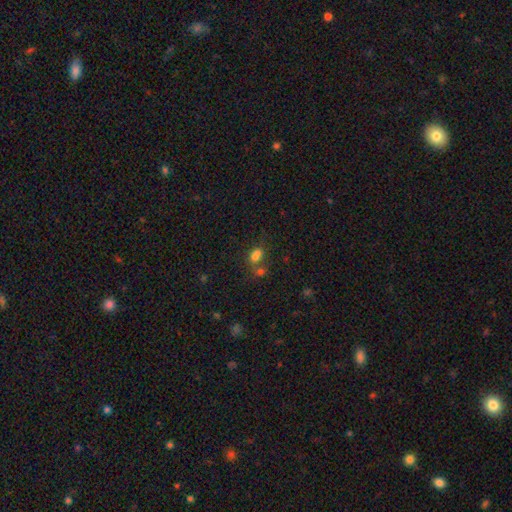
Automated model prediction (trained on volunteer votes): The model was most divided on "how rounded": in between: 56%, round: 42%, cigar-shaped: 2%. More confident: smooth or featured — smooth (69%); merging — merger (52%).